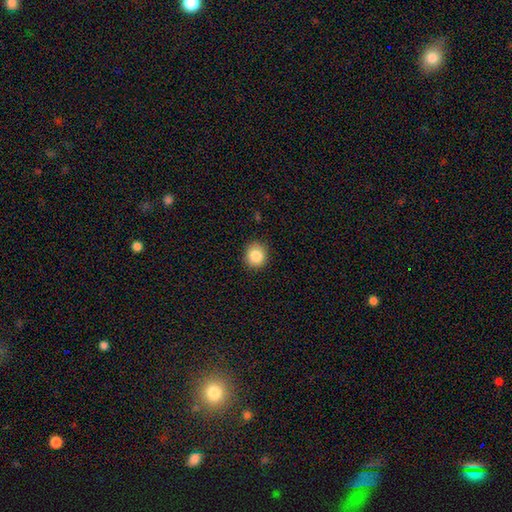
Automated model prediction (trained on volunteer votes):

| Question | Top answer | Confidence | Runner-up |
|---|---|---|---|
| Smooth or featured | smooth | 85% | star or artifact (9%) |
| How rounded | round | 85% | in between (15%) |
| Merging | none | 89% | minor disturbance (8%) |